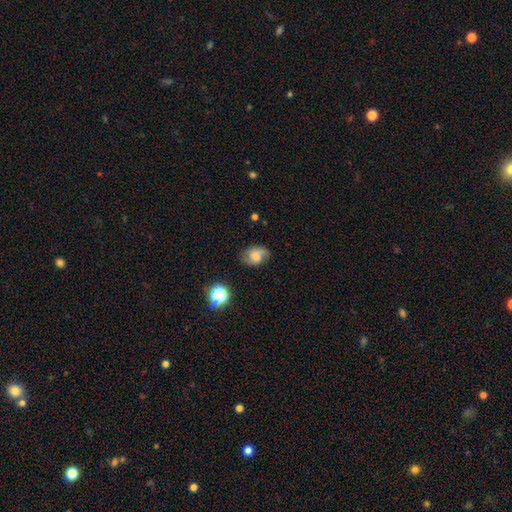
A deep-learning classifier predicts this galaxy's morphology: This is possibly a smooth galaxy (46%). Merging: likely none (65%).